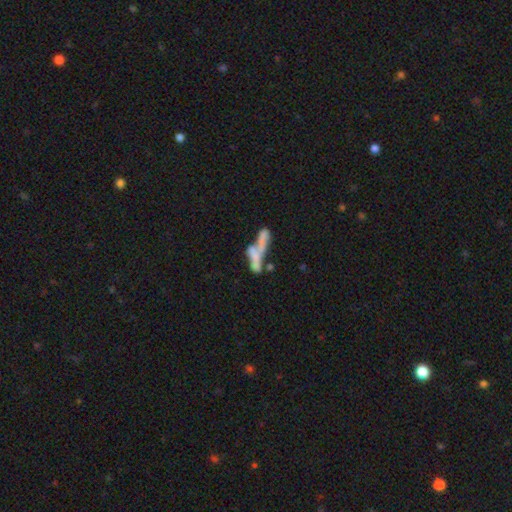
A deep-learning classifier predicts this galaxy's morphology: smooth-or-featured: smooth: 50% | featured or disk: 39% | star or artifact: 12%
  merging: merger: 53% | none: 21% | major disturbance: 15% | minor disturbance: 10%